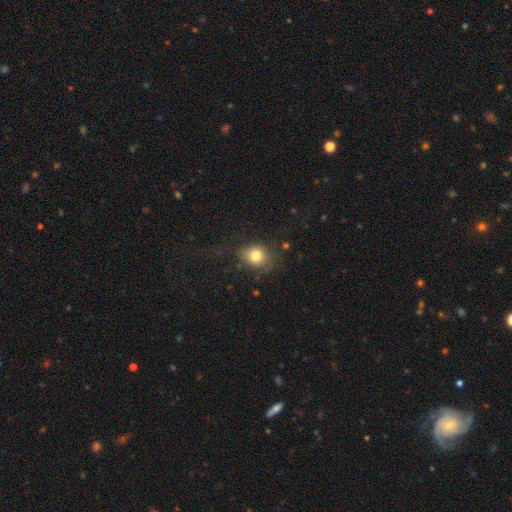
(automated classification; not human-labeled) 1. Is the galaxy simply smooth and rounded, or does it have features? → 78% smooth, 11% star or artifact, 10% featured or disk.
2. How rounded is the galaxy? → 63% round, 36% in between, 1% cigar-shaped.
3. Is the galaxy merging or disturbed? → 67% none, 20% minor disturbance, 10% major disturbance, 2% merger.